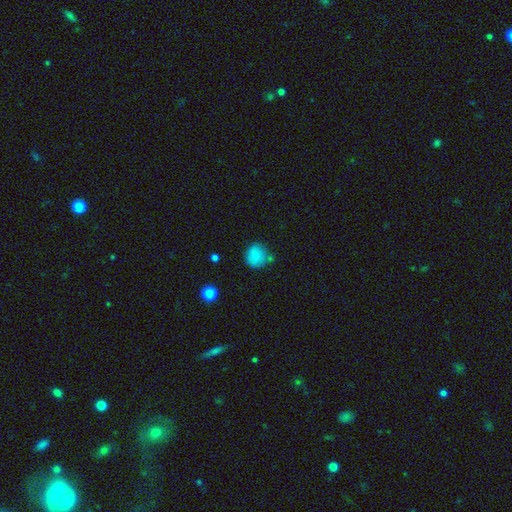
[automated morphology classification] Smooth or featured? smooth (82%)
How rounded? round (86%)
Merging? none (67%)